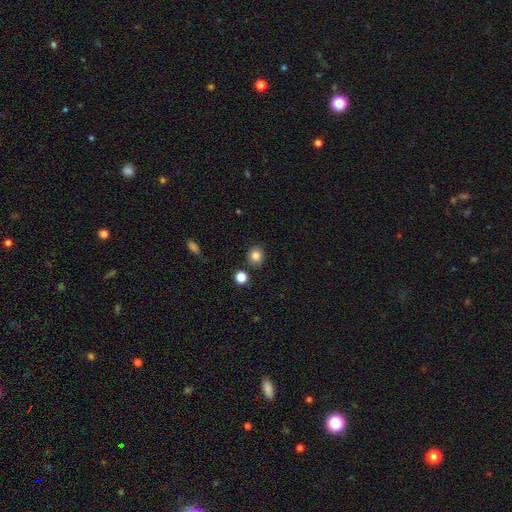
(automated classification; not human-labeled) The model was most divided on "how rounded": round: 82%, in between: 17%, cigar-shaped: 1%. More confident: merging — none (85%); smooth or featured — smooth (83%).